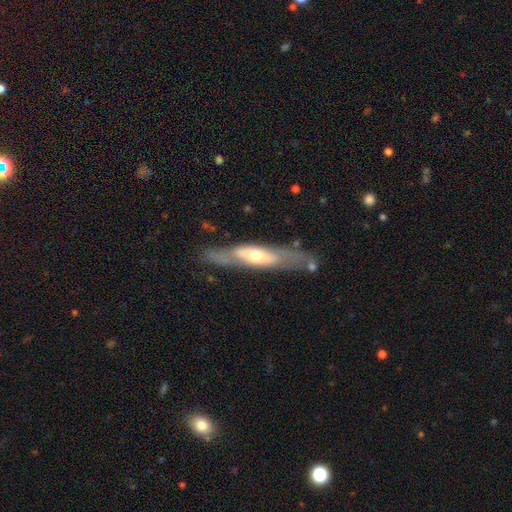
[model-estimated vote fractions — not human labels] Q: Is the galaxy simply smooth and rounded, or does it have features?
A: featured or disk — 64%.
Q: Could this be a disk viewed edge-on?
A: yes — 56%.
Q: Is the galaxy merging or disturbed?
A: none — 73%.